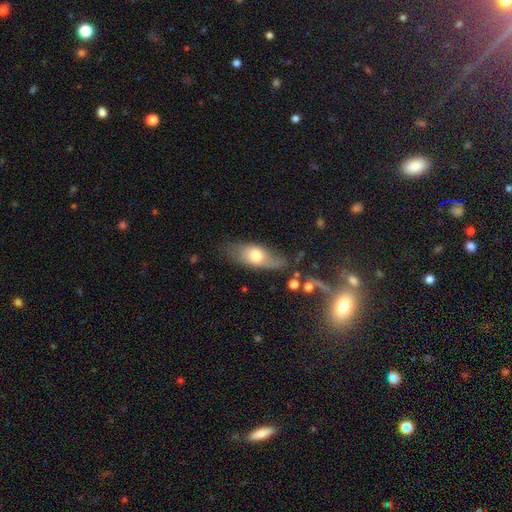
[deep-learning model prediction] A smooth galaxy with no disk features (60%) that is in between round and cigar-shaped (80%).

Vote fractions:
- Smooth or featured? smooth: 60% / featured or disk: 33% / star or artifact: 7%
- How rounded? in between: 80% / cigar-shaped: 14% / round: 6%
- Merging? none: 58% / minor disturbance: 27% / major disturbance: 11% / merger: 4%